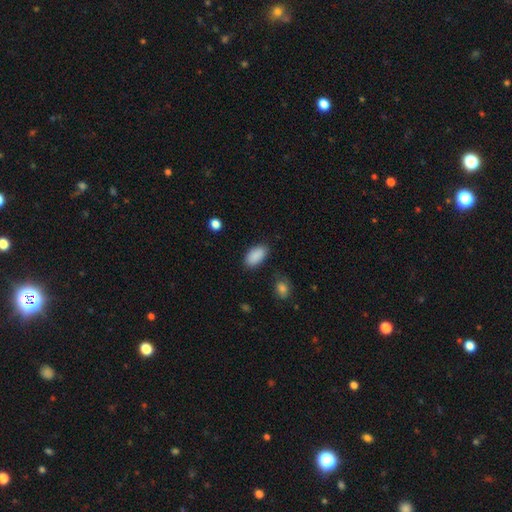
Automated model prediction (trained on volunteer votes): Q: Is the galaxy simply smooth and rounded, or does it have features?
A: smooth — 90%.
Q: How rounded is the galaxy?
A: in between — 94%.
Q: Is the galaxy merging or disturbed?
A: none — 86%.